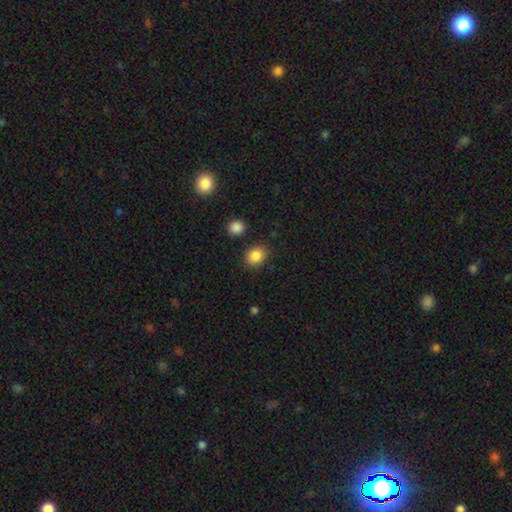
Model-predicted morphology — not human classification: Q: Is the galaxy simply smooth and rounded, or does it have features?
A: smooth — 86%.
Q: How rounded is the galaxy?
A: round — 59%.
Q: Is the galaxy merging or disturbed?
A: none — 84%.